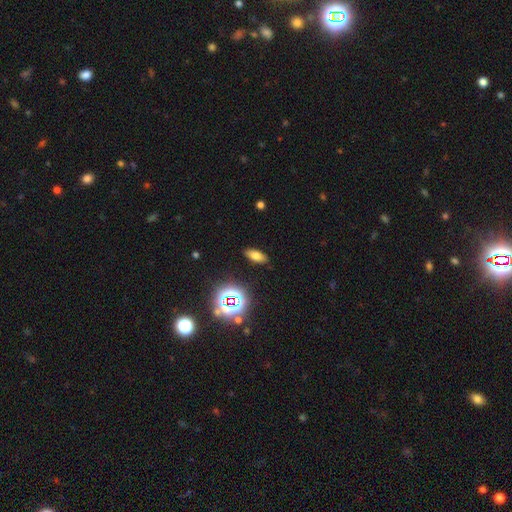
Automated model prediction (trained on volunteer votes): This is likely a smooth galaxy (66%). How rounded: likely in between (79%). Merging: clearly none (88%).